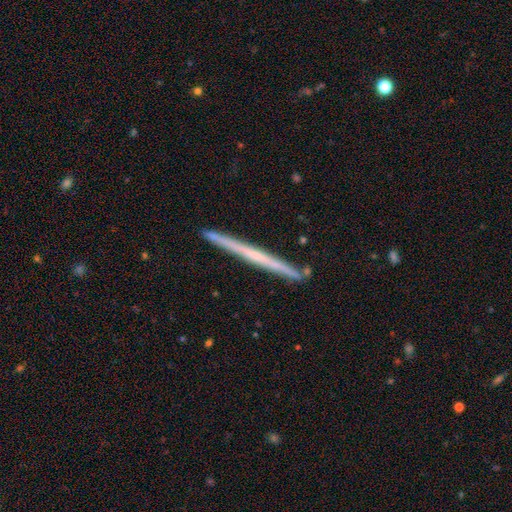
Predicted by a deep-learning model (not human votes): Smooth or featured? featured or disk (63%)
Edge-on disk? yes (98%)
Edge-on bulge? none (76%)
Merging? none (91%)